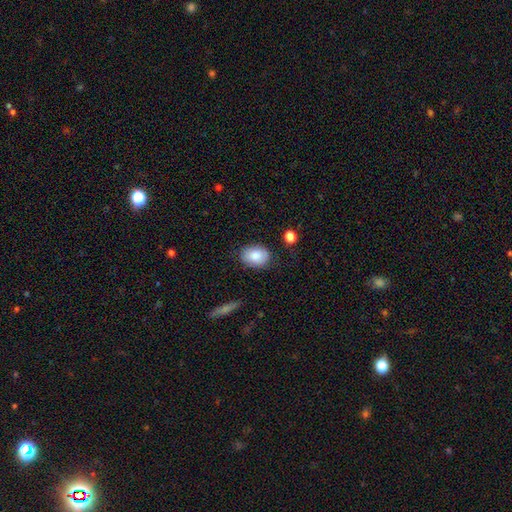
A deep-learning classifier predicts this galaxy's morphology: Smooth or featured? smooth (81%)
How rounded? in between (73%)
Merging? none (77%)